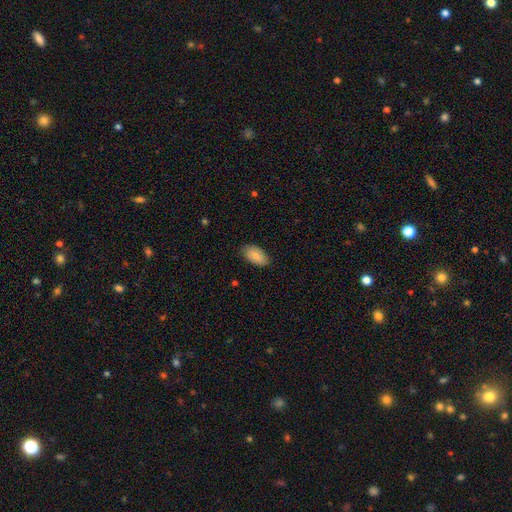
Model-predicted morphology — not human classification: Smooth or featured? Predicted: smooth (p=0.84). How rounded? Predicted: in between (p=0.94). Merging? Predicted: none (p=0.82).